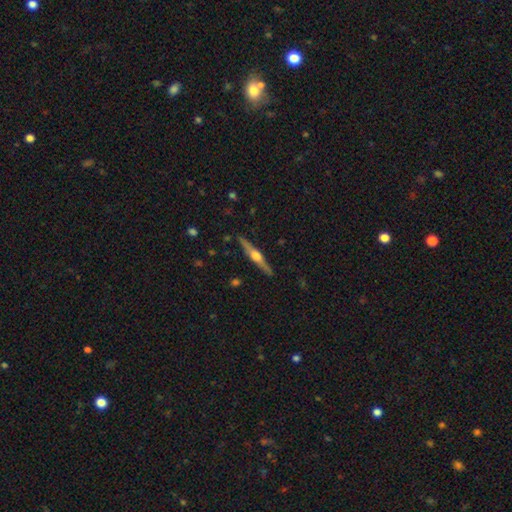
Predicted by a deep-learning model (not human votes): A featured or disk galaxy (77%) viewed edge-on (98%) with a rounded central bulge (93%). Merging: none (90%).